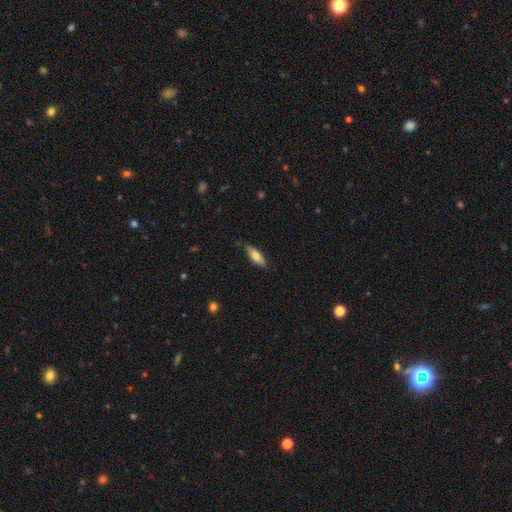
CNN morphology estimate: smooth-or-featured: smooth: 71% | featured or disk: 23% | star or artifact: 6%
  how-rounded: in between: 52% | cigar-shaped: 46% | round: 2%
  merging: none: 80% | minor disturbance: 16% | major disturbance: 3% | merger: 1%